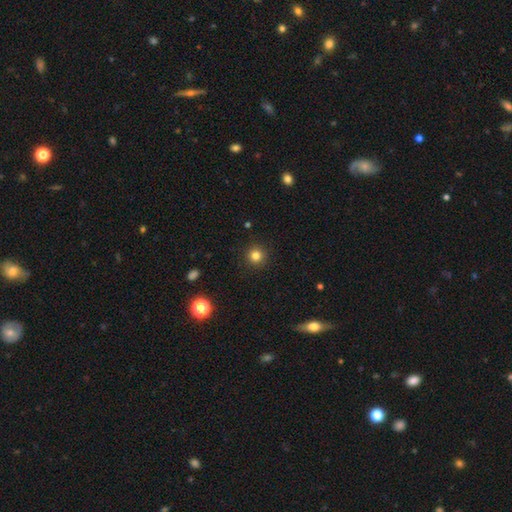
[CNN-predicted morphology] A smooth galaxy with no disk features (82%) that is round (95%). Merging: none (92%).